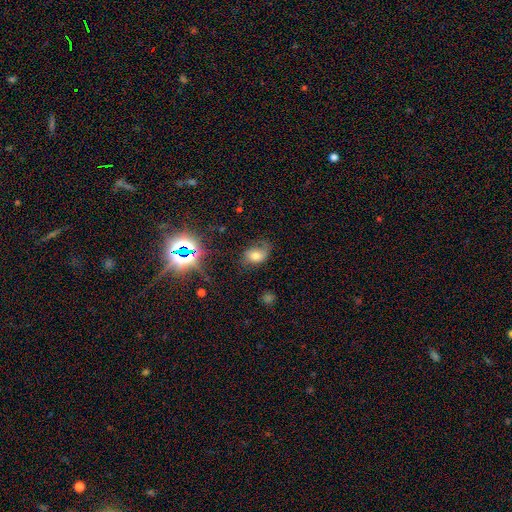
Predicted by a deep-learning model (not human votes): Smooth or featured: smooth — 58% (featured or disk — 24%)
How rounded: in between — 72% (round — 26%)
Merging: none — 54% (minor disturbance — 28%)